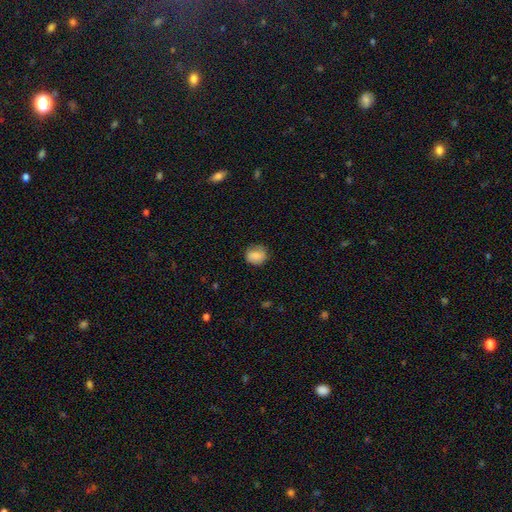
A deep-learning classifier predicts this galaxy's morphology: Smooth or featured: smooth — 83% (featured or disk — 9%)
How rounded: round — 69% (in between — 30%)
Merging: none — 77% (minor disturbance — 18%)